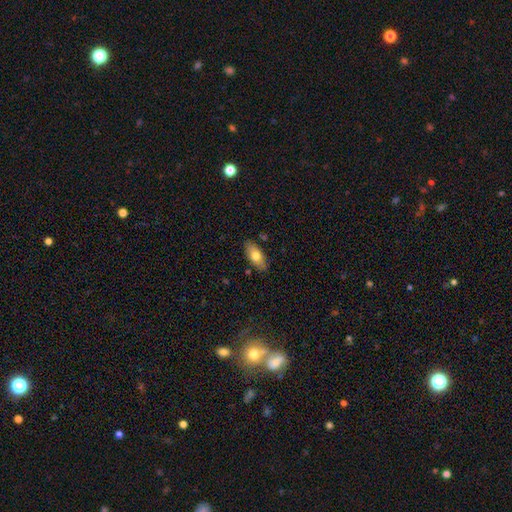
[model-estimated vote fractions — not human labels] Smooth or featured: smooth — 74% (featured or disk — 19%)
How rounded: in between — 89% (cigar-shaped — 8%)
Merging: none — 83% (minor disturbance — 13%)